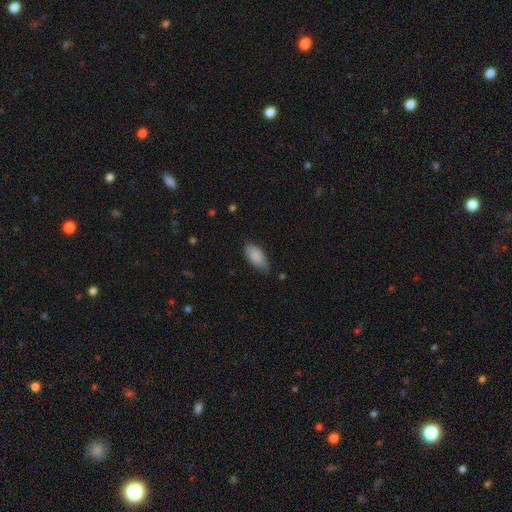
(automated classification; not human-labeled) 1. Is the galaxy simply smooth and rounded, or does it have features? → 87% smooth, 6% featured or disk, 6% star or artifact.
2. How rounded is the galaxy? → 92% in between, 6% cigar-shaped, 2% round.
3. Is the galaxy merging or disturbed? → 64% none, 30% minor disturbance, 5% major disturbance, 1% merger.